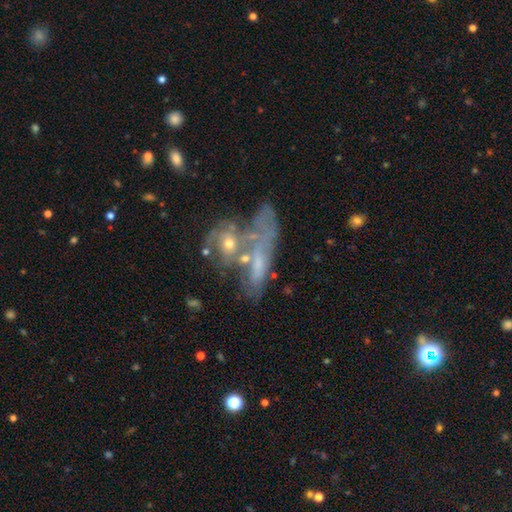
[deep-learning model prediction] Morphology: type=featured or disk (57%); edge-on=no (77%); merging=merger (47%).